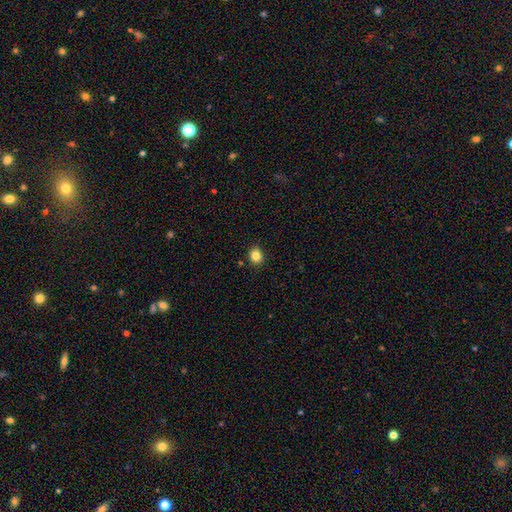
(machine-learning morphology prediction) A smooth galaxy with no disk features (84%) that is round (62%). Merging: none (89%).